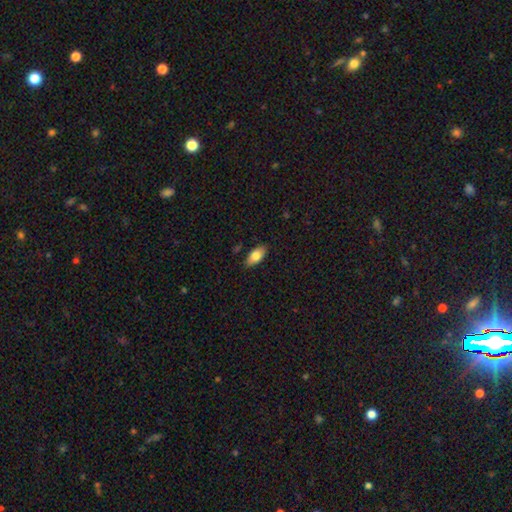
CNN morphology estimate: Q: Smooth or featured?
A: smooth (80%); runner-up: featured or disk (13%)
Q: How rounded?
A: in between (91%); runner-up: cigar-shaped (6%)
Q: Merging?
A: none (87%); runner-up: minor disturbance (10%)